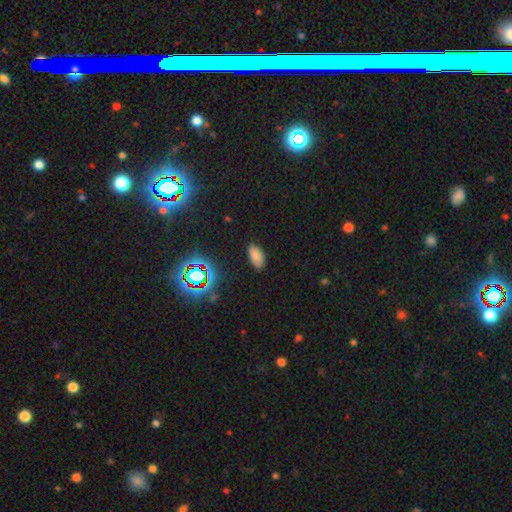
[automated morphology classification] This is likely a smooth galaxy (76%). How rounded: clearly in between (93%). Merging: clearly none (82%).